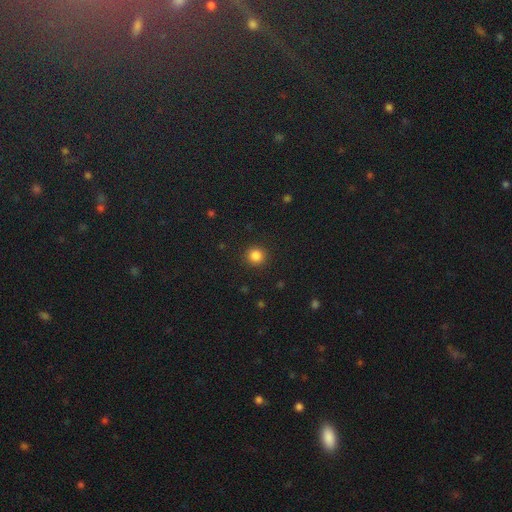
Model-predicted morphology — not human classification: smooth_or_featured: smooth (p=0.85) [alt: star or artifact p=0.12]
how_rounded: round (p=0.94) [alt: in between p=0.05]
merging: none (p=0.92) [alt: minor disturbance p=0.05]